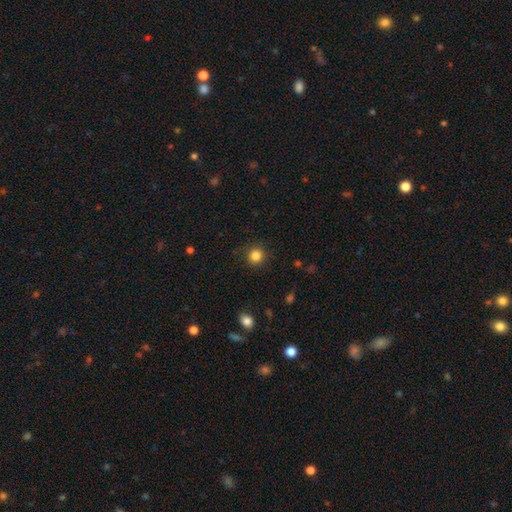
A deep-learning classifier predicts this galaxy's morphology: smooth 85%, star or artifact 12%, featured or disk 4%. Down the decision tree: how rounded — round (92%); merging — none (89%).